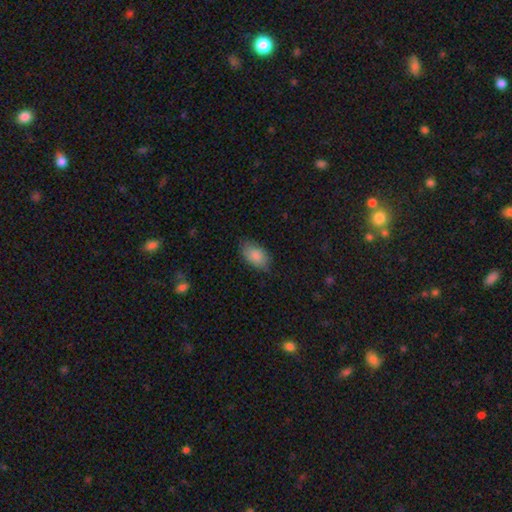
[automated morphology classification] A smooth galaxy with no disk features (86%) that is in between round and cigar-shaped (92%).

Vote fractions:
- Smooth or featured? smooth: 86% / featured or disk: 7% / star or artifact: 7%
- How rounded? in between: 92% / round: 6% / cigar-shaped: 2%
- Merging? none: 75% / minor disturbance: 20% / major disturbance: 4% / merger: 1%